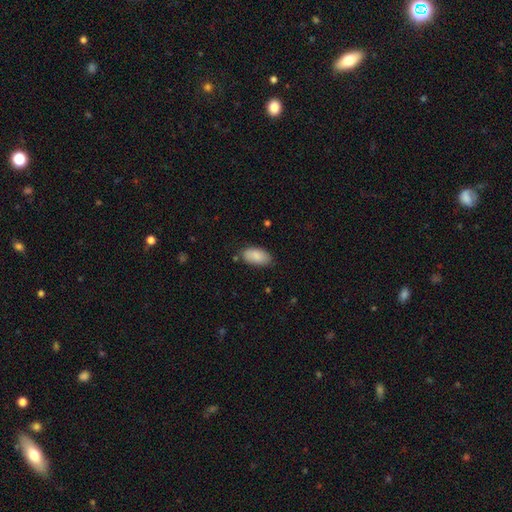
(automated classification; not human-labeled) This appears to be a smooth galaxy with no disk features (87%) that is in between round and cigar-shaped (94%). Merging: none (78%).